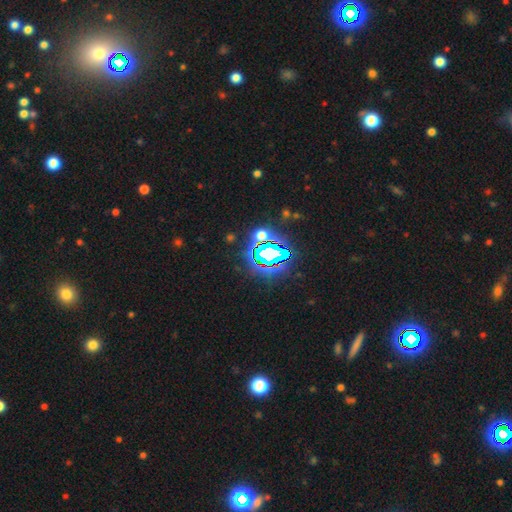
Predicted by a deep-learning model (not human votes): A star or artifact, not a galaxy (82%).